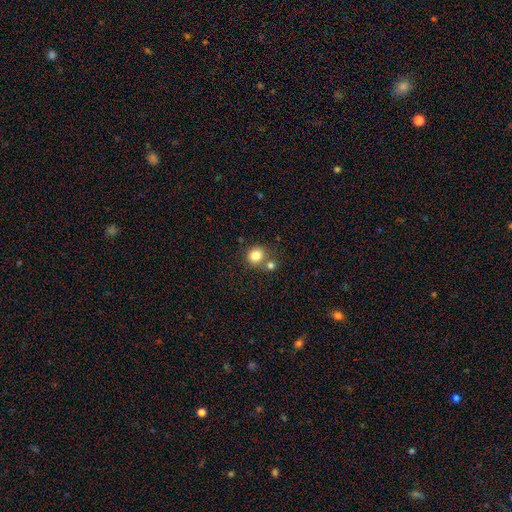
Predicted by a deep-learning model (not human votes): A smooth galaxy with no disk features (82%) that is round (84%). Merging: none (61%).